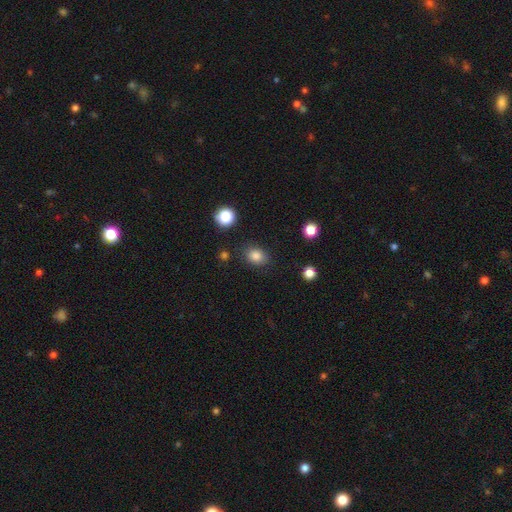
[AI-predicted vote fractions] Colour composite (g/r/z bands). It shows a smooth galaxy with no disk features (83%) that is in between round and cigar-shaped (58%). Merging: none (83%).